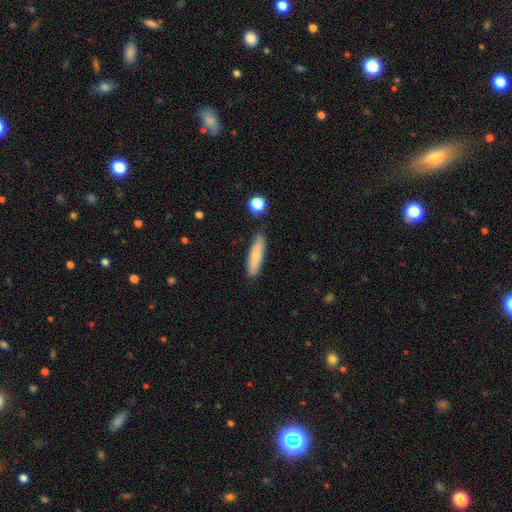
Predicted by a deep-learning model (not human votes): Smooth or featured? smooth (74%)
How rounded? cigar-shaped (70%)
Merging? none (85%)